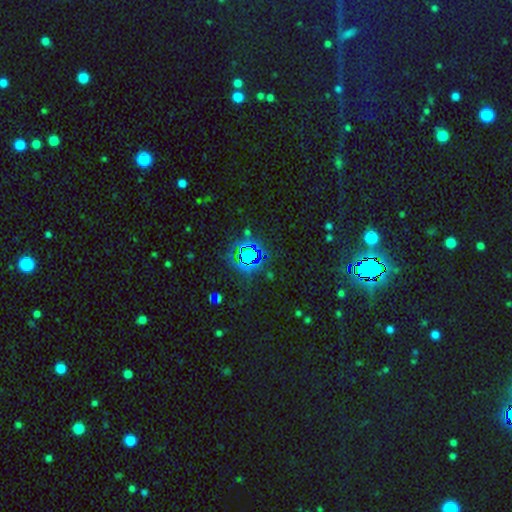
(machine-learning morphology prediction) Smooth or featured? star or artifact (72%)